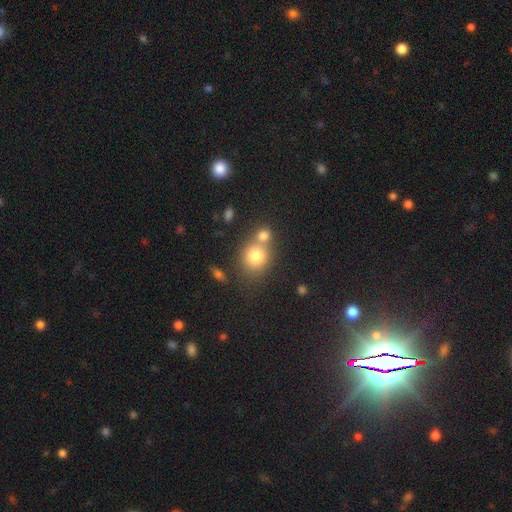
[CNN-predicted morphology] Smooth or featured?
  - smooth: 78% *
  - star or artifact: 12%
  - featured or disk: 10%
How rounded?
  - round: 77% *
  - in between: 22%
  - cigar-shaped: 1%
Merging?
  - none: 46% *
  - merger: 41%
  - minor disturbance: 9%
  - major disturbance: 4%